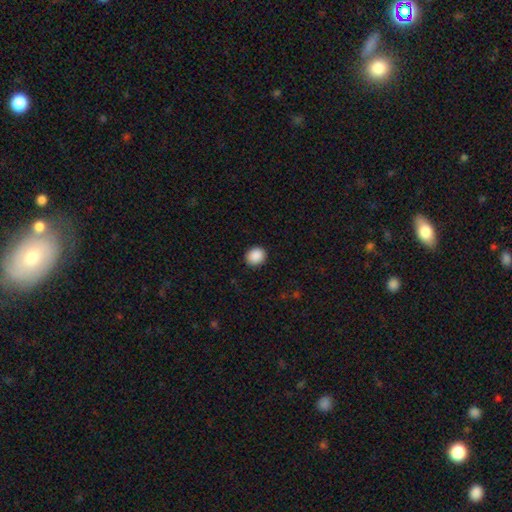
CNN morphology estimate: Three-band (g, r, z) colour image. It shows a smooth galaxy with no disk features (90%) that is round (72%). Merging: none (90%).